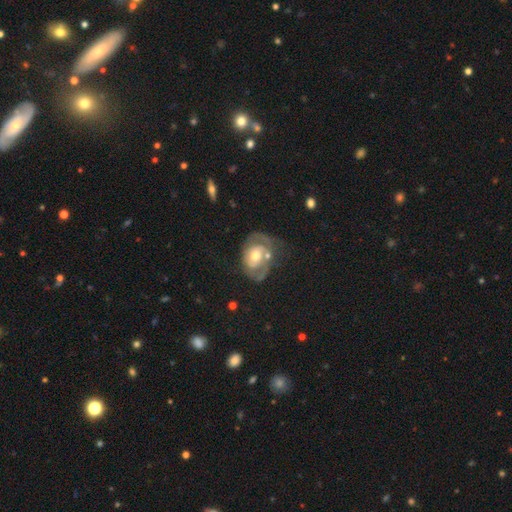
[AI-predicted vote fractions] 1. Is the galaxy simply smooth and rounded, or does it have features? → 75% featured or disk, 19% smooth, 6% star or artifact.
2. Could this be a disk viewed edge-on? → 97% no, 3% yes.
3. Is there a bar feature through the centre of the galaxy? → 71% no, 24% weak, 6% strong.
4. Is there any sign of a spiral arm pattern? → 80% yes, 20% no.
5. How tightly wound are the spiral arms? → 50% tight, 36% medium, 14% loose.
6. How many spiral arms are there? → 52% 2, 23% can't tell, 17% 1, 5% 3, 2% 4, 2% more than 4.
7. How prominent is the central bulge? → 61% moderate, 28% small, 8% large, 2% none, 1% dominant.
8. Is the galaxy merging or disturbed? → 43% none, 23% minor disturbance, 23% major disturbance, 11% merger.